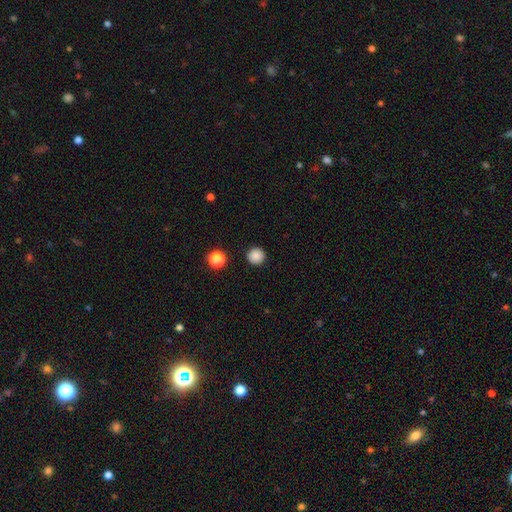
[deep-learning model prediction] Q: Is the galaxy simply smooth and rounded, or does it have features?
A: smooth — 86%.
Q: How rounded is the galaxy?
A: round — 94%.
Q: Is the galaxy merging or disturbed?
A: none — 92%.